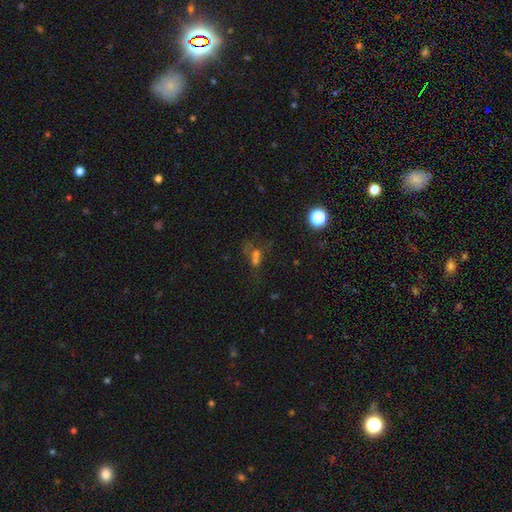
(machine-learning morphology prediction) This appears to be a smooth galaxy with no disk features (41%). Merging: merger (42%).